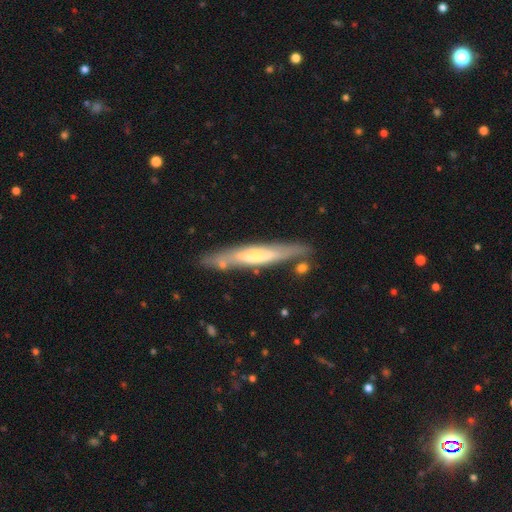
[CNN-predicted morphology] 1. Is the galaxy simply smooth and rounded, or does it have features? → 65% featured or disk, 28% smooth, 7% star or artifact.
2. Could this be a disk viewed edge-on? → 85% yes, 15% no.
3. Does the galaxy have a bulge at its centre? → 44% rounded, 39% none, 17% boxy.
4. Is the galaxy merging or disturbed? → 78% none, 15% minor disturbance, 4% merger, 3% major disturbance.